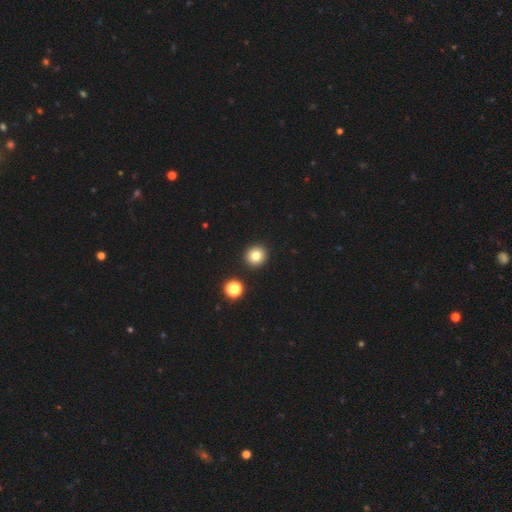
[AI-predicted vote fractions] Morphology: type=smooth (79%); roundness=round (93%); merging=none (91%).